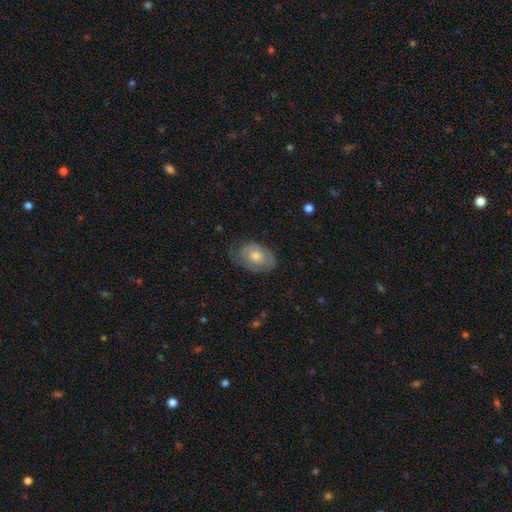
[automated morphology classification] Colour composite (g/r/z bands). It shows a featured or disk galaxy (50%). Merging: none (65%).